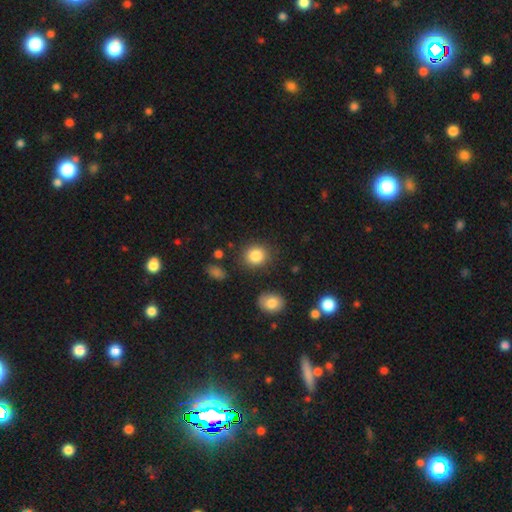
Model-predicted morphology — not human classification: Smooth or featured? Predicted: smooth (p=0.85). How rounded? Predicted: round (p=0.79). Merging? Predicted: none (p=0.85).